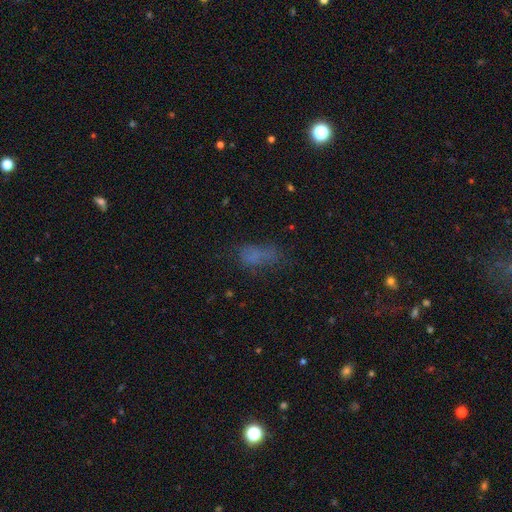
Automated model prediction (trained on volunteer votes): smooth_or_featured: smooth (p=0.62) [alt: star or artifact p=0.21]
how_rounded: in between (p=0.81) [alt: cigar-shaped p=0.11]
merging: none (p=0.43) [alt: major disturbance p=0.27]